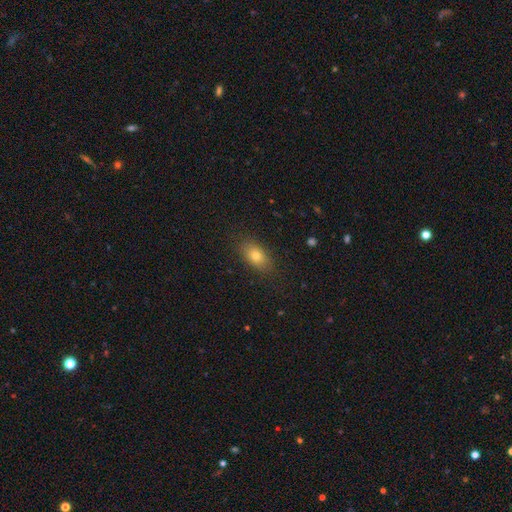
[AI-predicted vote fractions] Smooth or featured? smooth (77%)
How rounded? in between (84%)
Merging? none (86%)